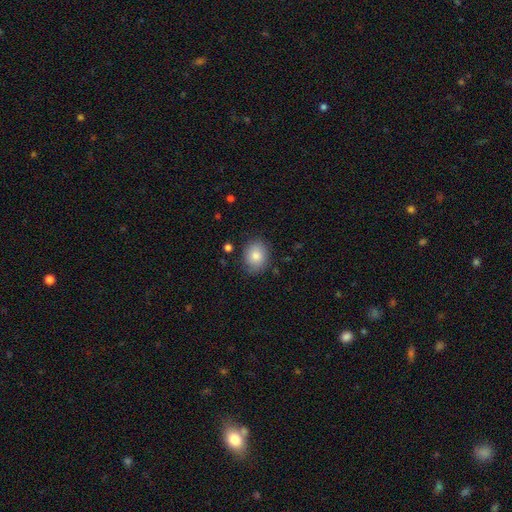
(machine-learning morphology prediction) Q: Smooth or featured?
A: smooth (83%); runner-up: featured or disk (9%)
Q: How rounded?
A: round (50%); runner-up: in between (49%)
Q: Merging?
A: none (81%); runner-up: minor disturbance (14%)